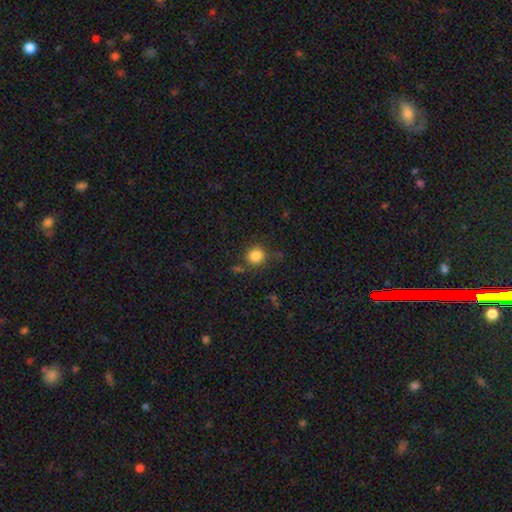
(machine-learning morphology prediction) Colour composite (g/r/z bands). It shows a smooth galaxy with no disk features (84%) that is round (91%). Merging: none (82%).